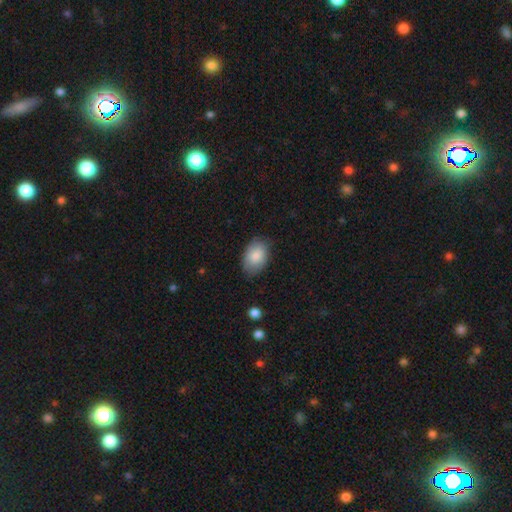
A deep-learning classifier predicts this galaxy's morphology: type=smooth (85%); roundness=in between (89%); merging=none (77%).